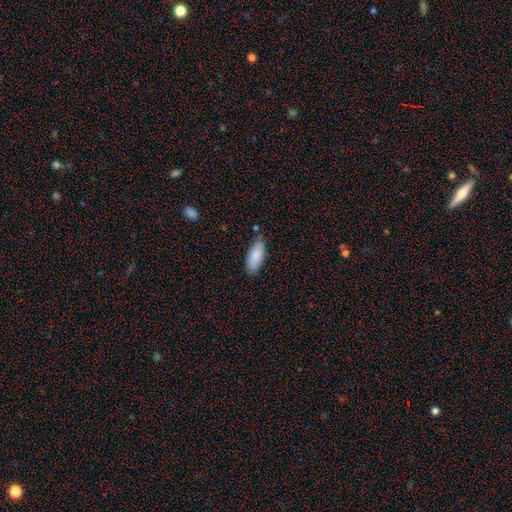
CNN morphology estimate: The model was most divided on "merging": none: 76%, minor disturbance: 18%, major disturbance: 3%, merger: 3%. More confident: smooth or featured — smooth (87%); how rounded — in between (84%).